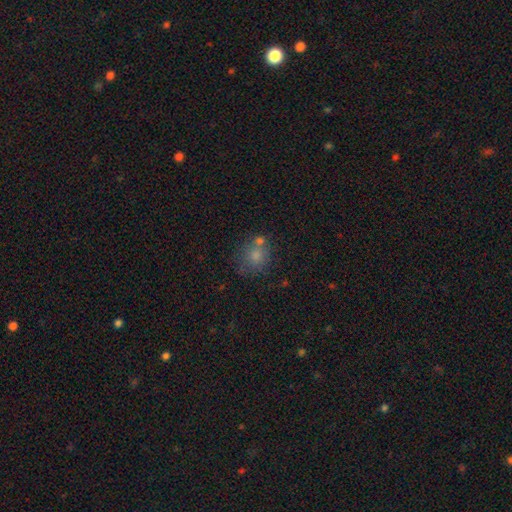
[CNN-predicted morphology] Smooth or featured: smooth — 75% (star or artifact — 13%)
How rounded: round — 71% (in between — 28%)
Merging: none — 54% (merger — 23%)